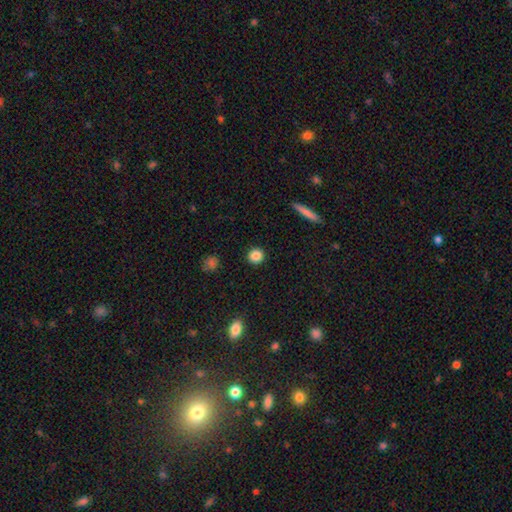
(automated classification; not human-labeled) smooth-or-featured: smooth: 86% | star or artifact: 10% | featured or disk: 4%
  how-rounded: round: 93% | in between: 6% | cigar-shaped: 1%
  merging: none: 92% | minor disturbance: 5% | major disturbance: 2% | merger: 1%